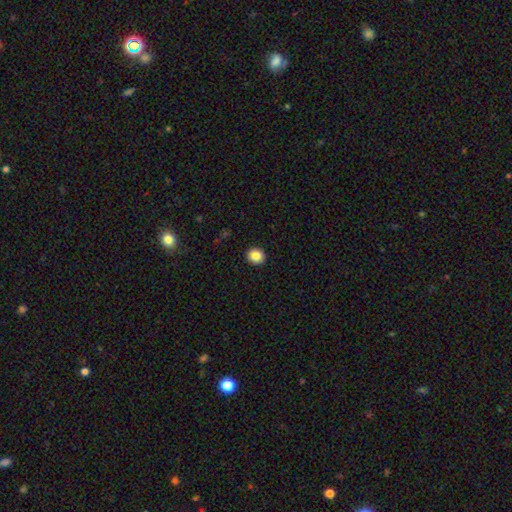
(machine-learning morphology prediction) Smooth or featured: smooth — 86% (star or artifact — 9%)
How rounded: round — 85% (in between — 15%)
Merging: none — 92% (minor disturbance — 5%)